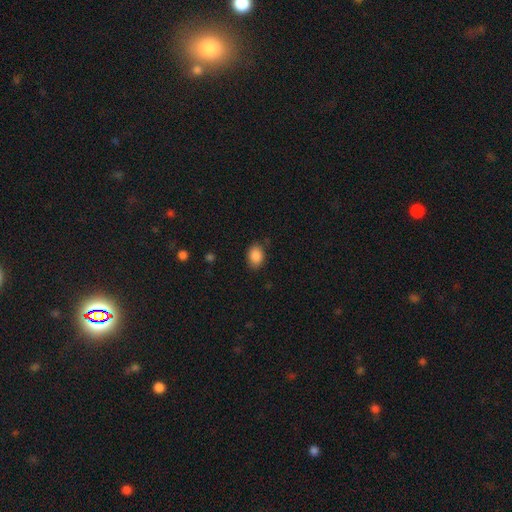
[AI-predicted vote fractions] A smooth galaxy with no disk features (88%) that is in between round and cigar-shaped (72%). Merging: none (80%).